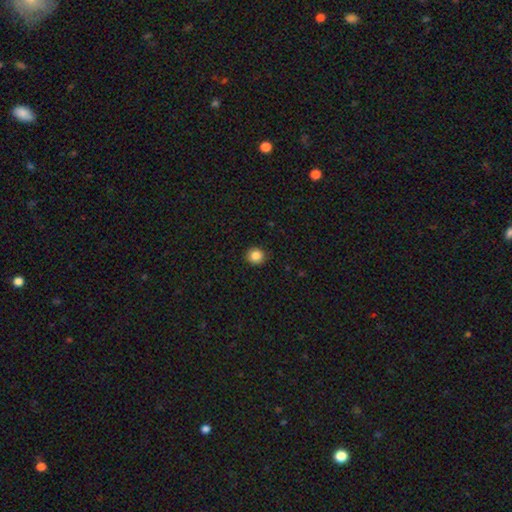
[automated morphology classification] Smooth or featured? smooth (85%)
How rounded? round (87%)
Merging? none (91%)